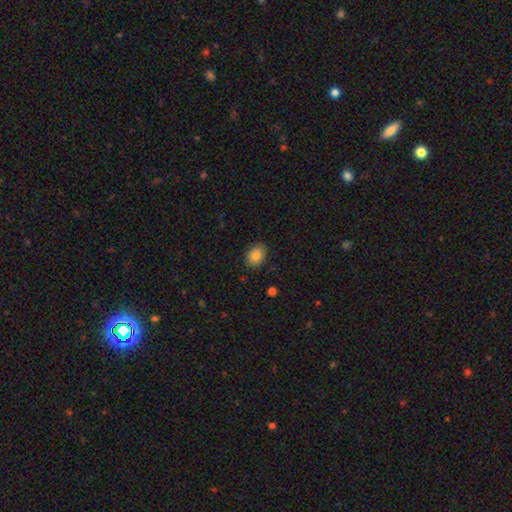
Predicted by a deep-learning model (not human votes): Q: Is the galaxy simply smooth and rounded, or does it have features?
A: smooth — 84%.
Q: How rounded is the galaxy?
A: in between — 66%.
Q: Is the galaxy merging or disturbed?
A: none — 86%.